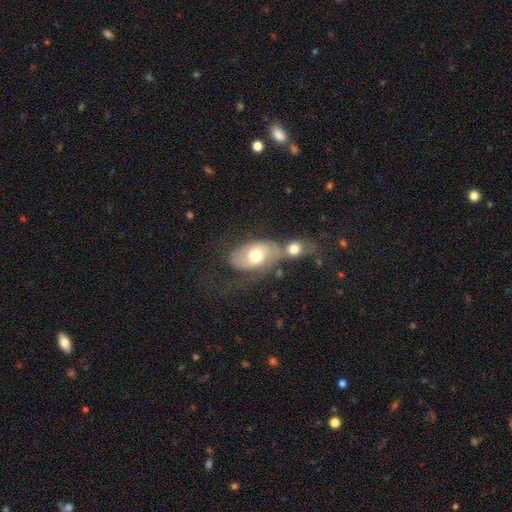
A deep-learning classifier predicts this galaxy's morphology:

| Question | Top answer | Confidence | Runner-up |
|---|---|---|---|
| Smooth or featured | smooth | 53% | featured or disk (40%) |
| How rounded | in between | 85% | round (13%) |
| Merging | merger | 53% | none (22%) |